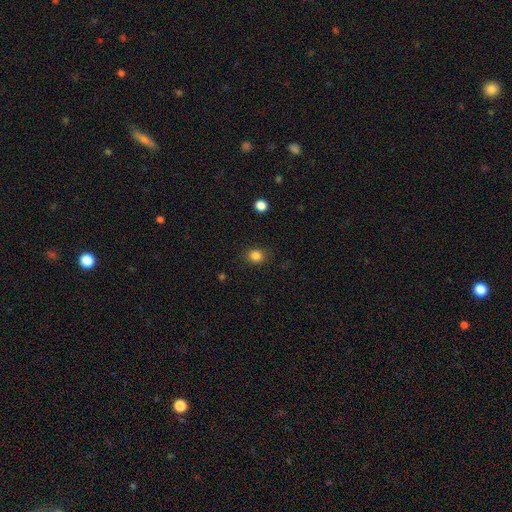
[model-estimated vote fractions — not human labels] Smooth or featured?
  - smooth: 84% *
  - star or artifact: 12%
  - featured or disk: 4%
How rounded?
  - round: 71% *
  - in between: 28%
  - cigar-shaped: 1%
Merging?
  - none: 87% *
  - minor disturbance: 9%
  - major disturbance: 3%
  - merger: 1%